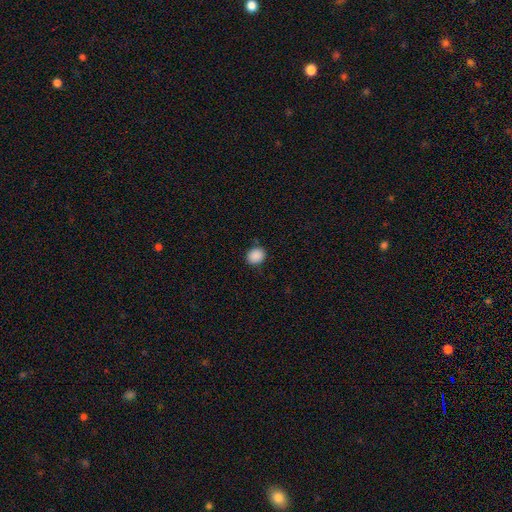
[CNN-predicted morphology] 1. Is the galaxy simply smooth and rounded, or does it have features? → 89% smooth, 9% star or artifact, 3% featured or disk.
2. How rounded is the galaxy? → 72% round, 27% in between, 1% cigar-shaped.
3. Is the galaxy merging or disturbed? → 87% none, 9% minor disturbance, 2% major disturbance, 1% merger.